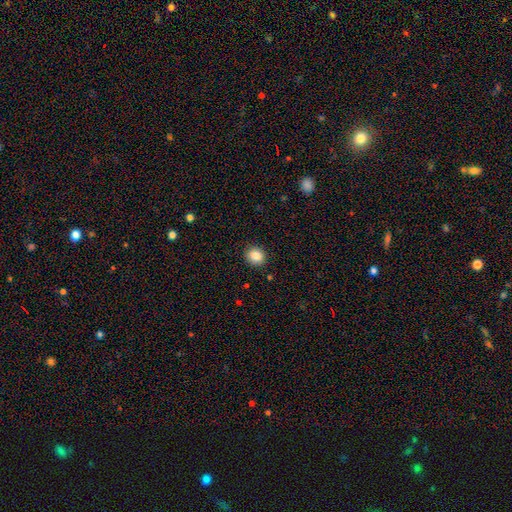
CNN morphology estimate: Smooth or featured: smooth — 86% (star or artifact — 9%)
How rounded: round — 81% (in between — 19%)
Merging: none — 91% (minor disturbance — 6%)